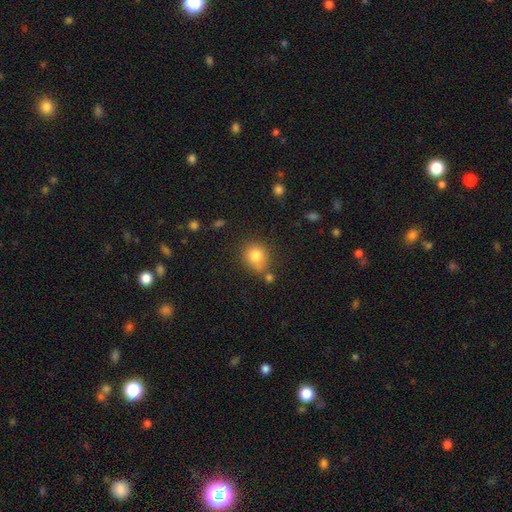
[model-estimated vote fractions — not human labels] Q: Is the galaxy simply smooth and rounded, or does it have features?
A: smooth — 80%.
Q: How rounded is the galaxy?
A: round — 77%.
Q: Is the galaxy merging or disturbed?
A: none — 62%.